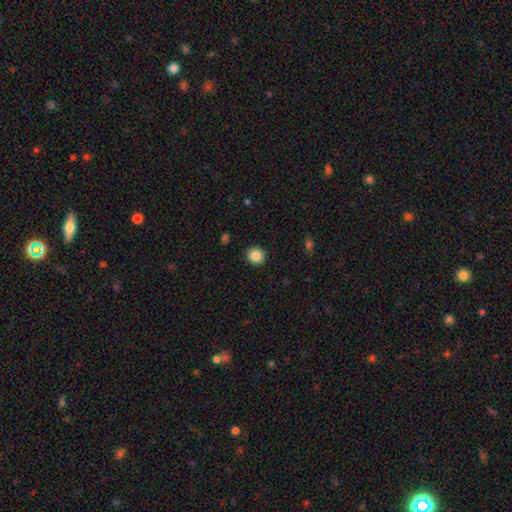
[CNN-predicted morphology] The model was most divided on "smooth or featured": smooth: 86%, star or artifact: 10%, featured or disk: 5%. More confident: merging — none (92%); how rounded — round (91%).